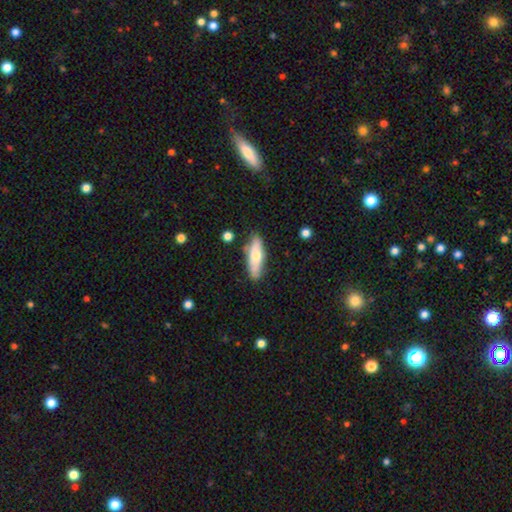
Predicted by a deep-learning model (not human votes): Overall: smooth (61%; featured or disk 33%). How rounded: in between (51%; cigar-shaped 47%). Merging: none (80%).